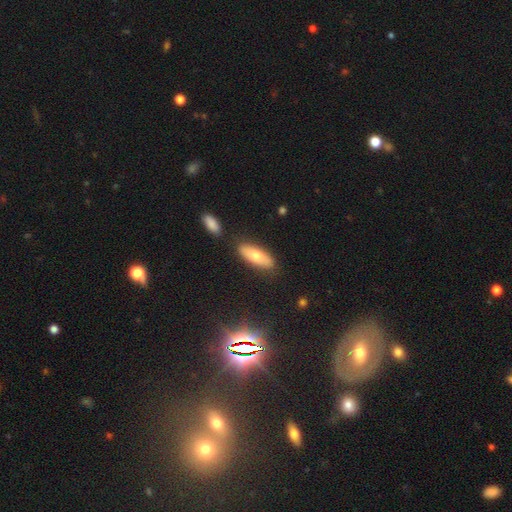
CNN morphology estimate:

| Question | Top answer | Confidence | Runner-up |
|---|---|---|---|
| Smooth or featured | smooth | 68% | featured or disk (23%) |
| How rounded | in between | 62% | cigar-shaped (35%) |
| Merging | none | 81% | minor disturbance (11%) |